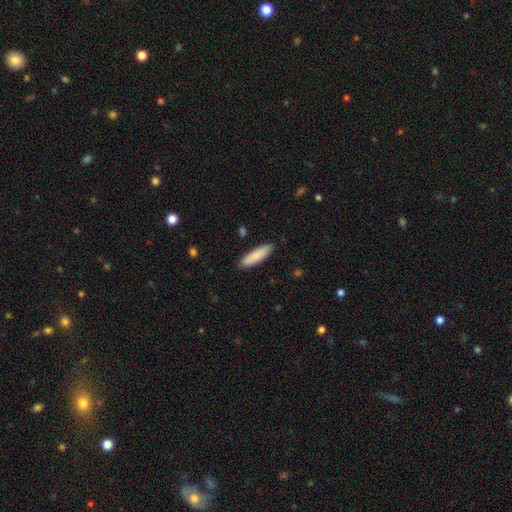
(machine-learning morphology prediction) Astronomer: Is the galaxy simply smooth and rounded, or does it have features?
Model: smooth — 87%.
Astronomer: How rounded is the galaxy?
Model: cigar-shaped — 67%.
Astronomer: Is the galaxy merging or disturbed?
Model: none — 89%.